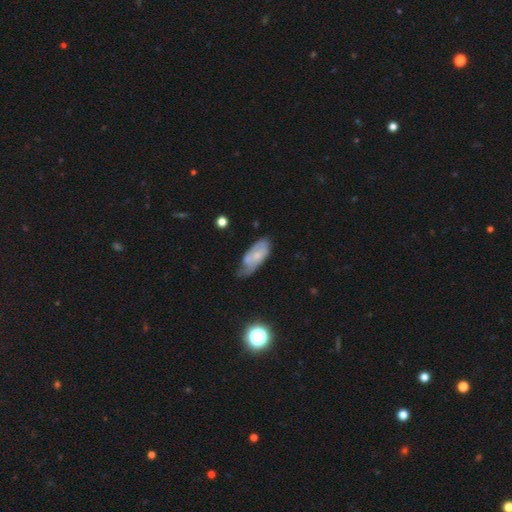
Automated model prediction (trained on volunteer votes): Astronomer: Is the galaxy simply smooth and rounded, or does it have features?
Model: featured or disk — 51% (runner-up: smooth, 41%).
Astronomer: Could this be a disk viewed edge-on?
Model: no — 89%.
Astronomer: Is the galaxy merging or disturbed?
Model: none — 42% (runner-up: minor disturbance, 38%).